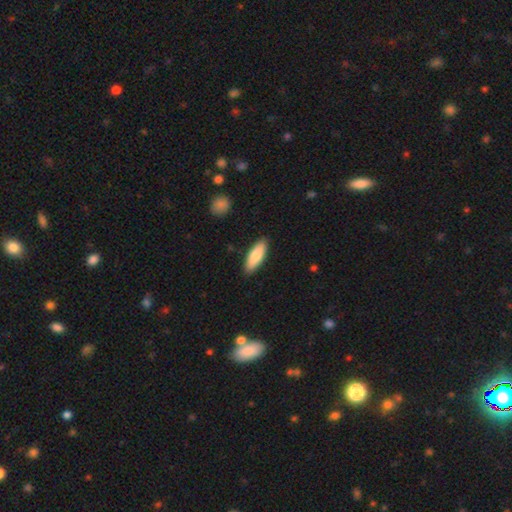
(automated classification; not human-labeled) smooth-or-featured: smooth: 82% | featured or disk: 13% | star or artifact: 5%
  how-rounded: in between: 63% | cigar-shaped: 36% | round: 2%
  merging: none: 88% | minor disturbance: 9% | major disturbance: 2% | merger: 1%